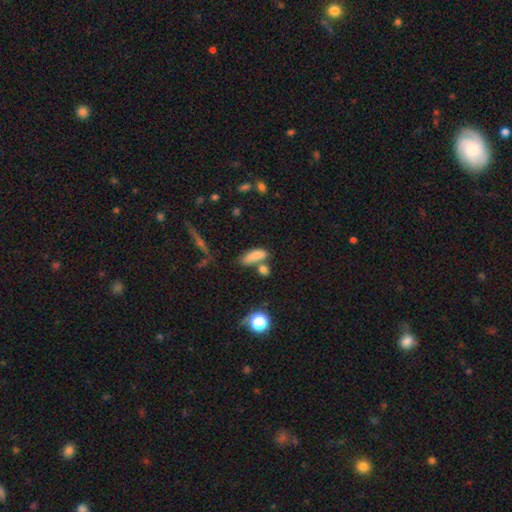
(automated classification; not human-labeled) smooth_or_featured: smooth (p=0.78) [alt: star or artifact p=0.11]
how_rounded: in between (p=0.61) [alt: cigar-shaped p=0.34]
merging: none (p=0.44) [alt: merger p=0.32]